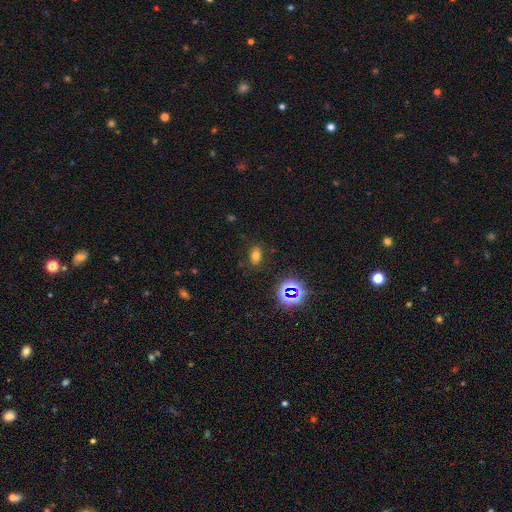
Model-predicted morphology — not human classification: smooth-or-featured: smooth: 67% | star or artifact: 24% | featured or disk: 9%
  how-rounded: in between: 80% | round: 18% | cigar-shaped: 2%
  merging: none: 84% | minor disturbance: 11% | major disturbance: 3% | merger: 2%